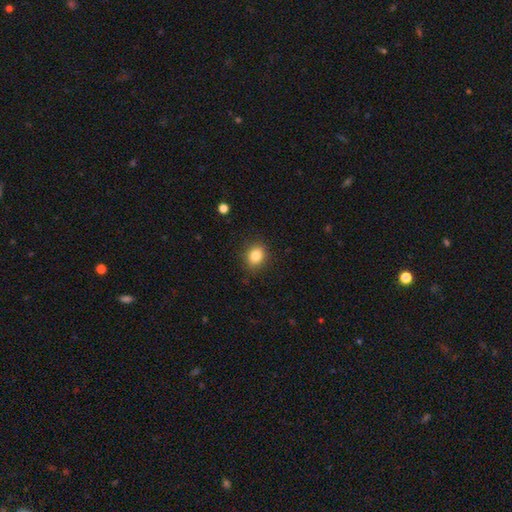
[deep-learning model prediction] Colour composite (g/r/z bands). It shows a smooth galaxy with no disk features (83%) that is round (51%). Merging: none (87%).